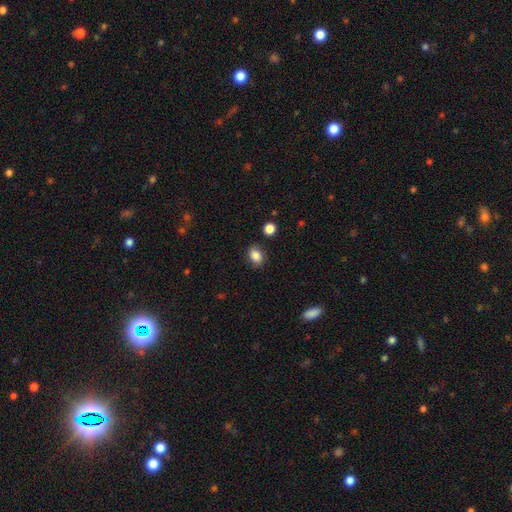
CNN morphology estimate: Smooth or featured?
  - smooth: 85% *
  - star or artifact: 9%
  - featured or disk: 6%
How rounded?
  - in between: 69% *
  - round: 29%
  - cigar-shaped: 1%
Merging?
  - none: 82% *
  - minor disturbance: 12%
  - major disturbance: 3%
  - merger: 3%